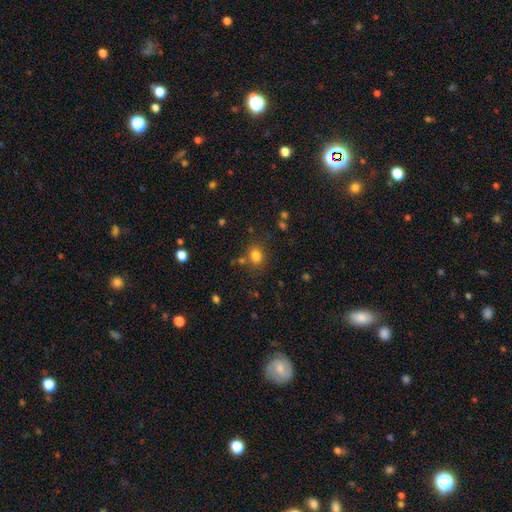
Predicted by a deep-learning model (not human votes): This is clearly a smooth galaxy (80%). How rounded: possibly round (57%). Merging: likely none (75%).